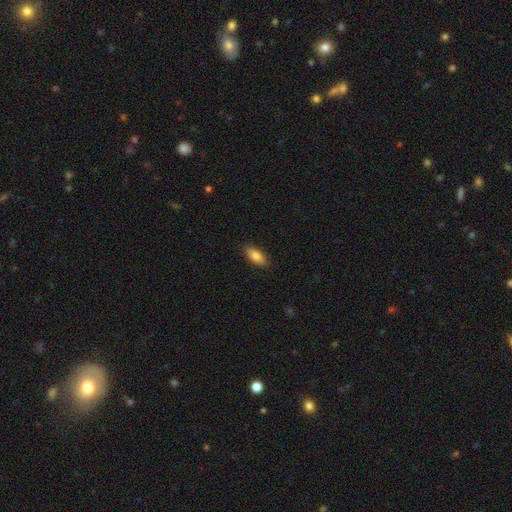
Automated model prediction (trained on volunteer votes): Smooth or featured: smooth — 82% (featured or disk — 11%)
How rounded: in between — 85% (cigar-shaped — 12%)
Merging: none — 87% (minor disturbance — 10%)